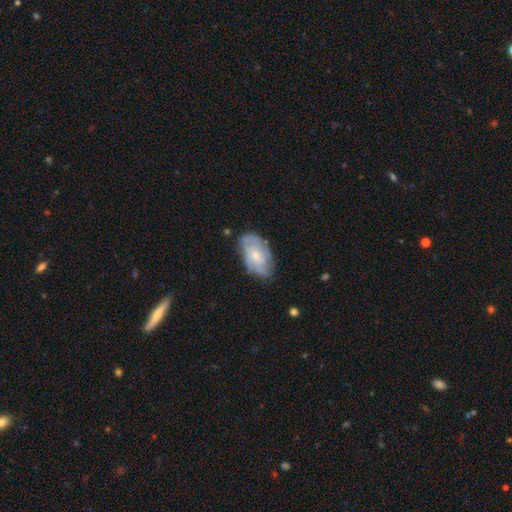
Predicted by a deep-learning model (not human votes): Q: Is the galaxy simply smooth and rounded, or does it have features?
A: featured or disk — 69%.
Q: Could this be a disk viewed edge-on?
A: no — 95%.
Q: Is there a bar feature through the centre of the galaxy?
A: no — 68%.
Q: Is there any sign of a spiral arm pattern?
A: yes — 84%.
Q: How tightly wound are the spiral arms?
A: tight — 56%.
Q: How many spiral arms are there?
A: can't tell — 41%.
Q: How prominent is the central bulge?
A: small — 53%.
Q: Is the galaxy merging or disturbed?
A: none — 71%.